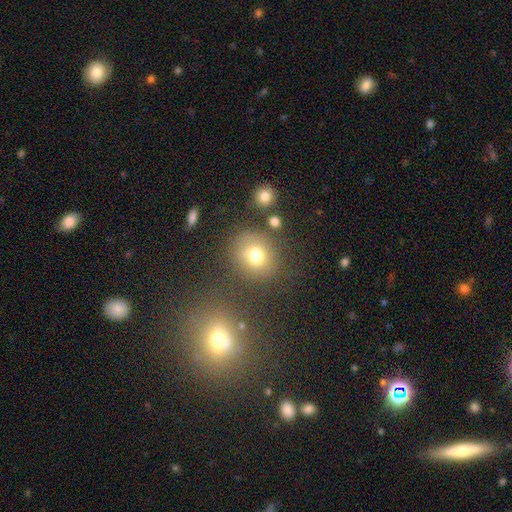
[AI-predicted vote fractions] A smooth galaxy with no disk features (73%) that is round (77%).

Vote fractions:
- Smooth or featured? smooth: 73% / star or artifact: 15% / featured or disk: 13%
- How rounded? round: 77% / in between: 22% / cigar-shaped: 1%
- Merging? none: 71% / minor disturbance: 14% / merger: 8% / major disturbance: 7%